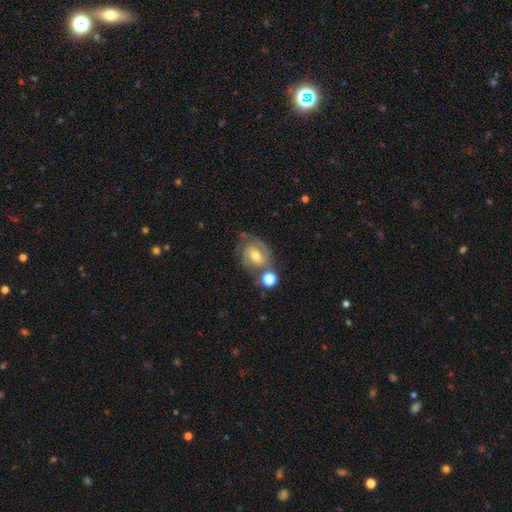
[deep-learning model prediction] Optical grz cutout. It shows a featured or disk galaxy (66%) with no bar (47%), 2 (62%) tight (46%) spiral arms (88%) and a moderate central bulge (59%). Merging: none (53%).